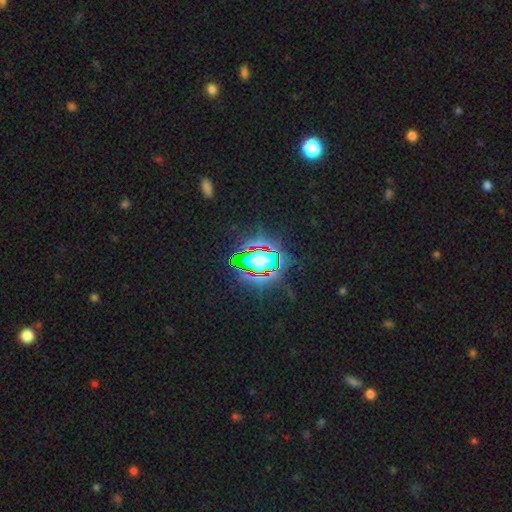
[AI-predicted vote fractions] This appears to be a star or artifact, not a galaxy (72%).